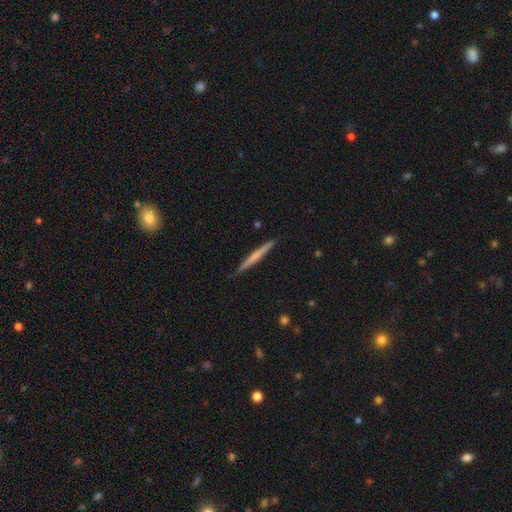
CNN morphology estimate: Smooth or featured: smooth — 53% (featured or disk — 42%)
How rounded: cigar-shaped — 97% (in between — 2%)
Merging: none — 91% (minor disturbance — 7%)